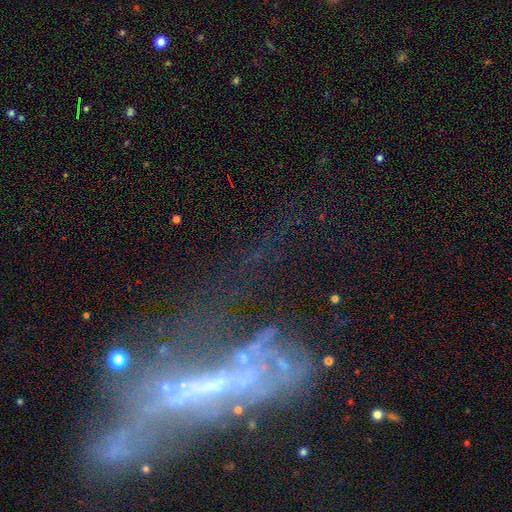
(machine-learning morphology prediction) A featured or disk galaxy (64%).

Vote fractions:
- Smooth or featured? featured or disk: 64% / star or artifact: 20% / smooth: 17%
- Edge-on disk? no: 66% / yes: 34%
- Merging? major disturbance: 43% / none: 26% / merger: 16% / minor disturbance: 15%